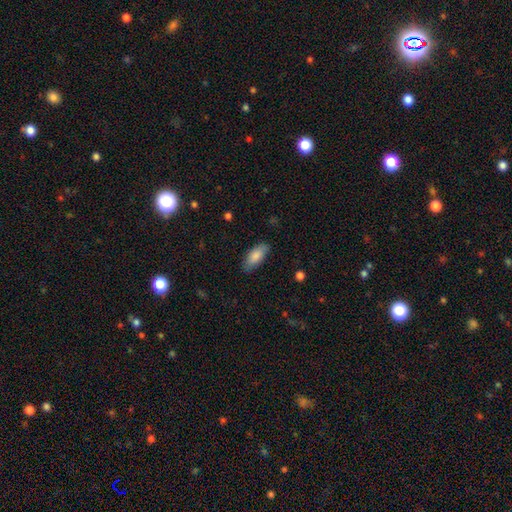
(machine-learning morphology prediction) Smooth or featured? smooth (84%)
How rounded? in between (85%)
Merging? none (80%)